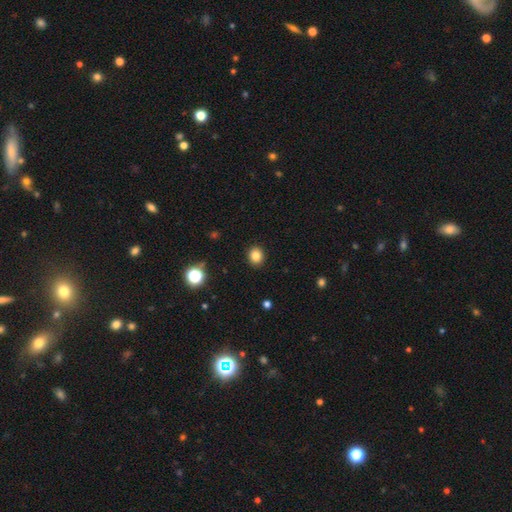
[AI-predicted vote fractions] Morphology: type=smooth (83%); roundness=round (72%); merging=none (91%).